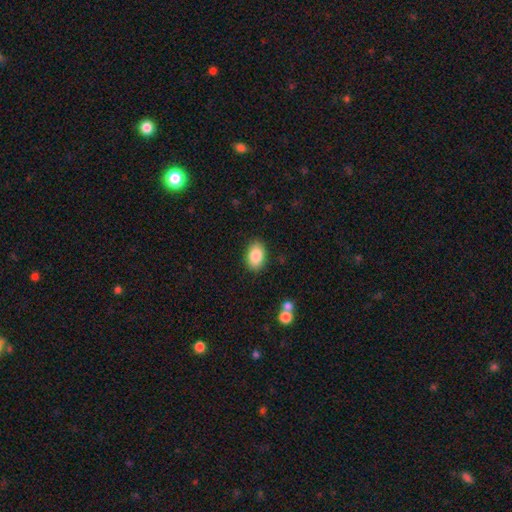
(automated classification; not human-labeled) Smooth or featured: smooth — 88% (star or artifact — 7%)
How rounded: in between — 90% (round — 8%)
Merging: none — 87% (minor disturbance — 9%)